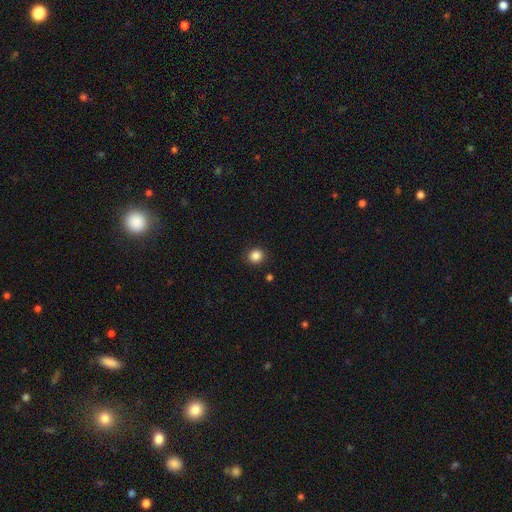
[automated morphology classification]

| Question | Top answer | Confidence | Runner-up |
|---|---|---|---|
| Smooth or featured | smooth | 85% | star or artifact (11%) |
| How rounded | round | 86% | in between (13%) |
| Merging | none | 91% | minor disturbance (6%) |